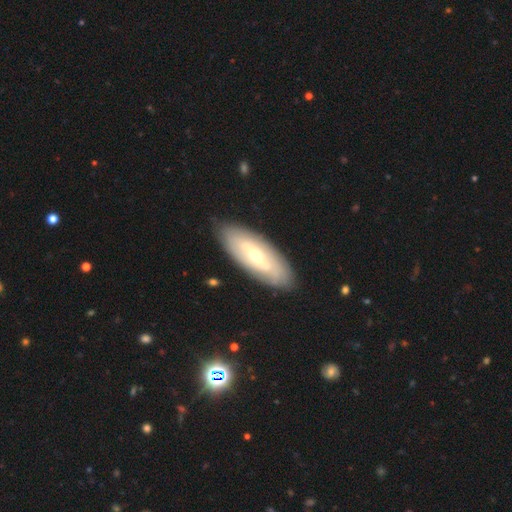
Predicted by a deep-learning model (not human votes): This appears to be a featured or disk galaxy (58%). Merging: none (85%).